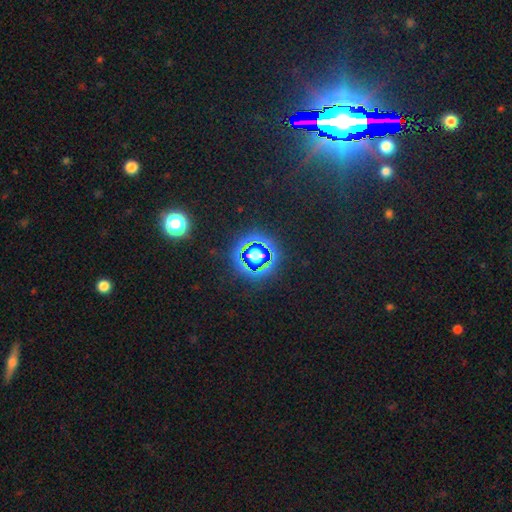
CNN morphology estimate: The model was most divided on "smooth or featured": star or artifact: 82%, smooth: 10%, featured or disk: 8%.